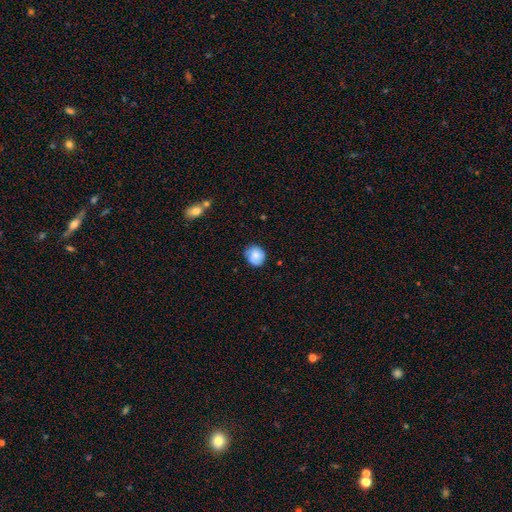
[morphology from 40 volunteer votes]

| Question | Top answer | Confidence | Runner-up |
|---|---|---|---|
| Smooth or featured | smooth | 68% | featured or disk (30%) |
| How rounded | round | 78% | in between (22%) |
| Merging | none | 77% | minor disturbance (21%) |